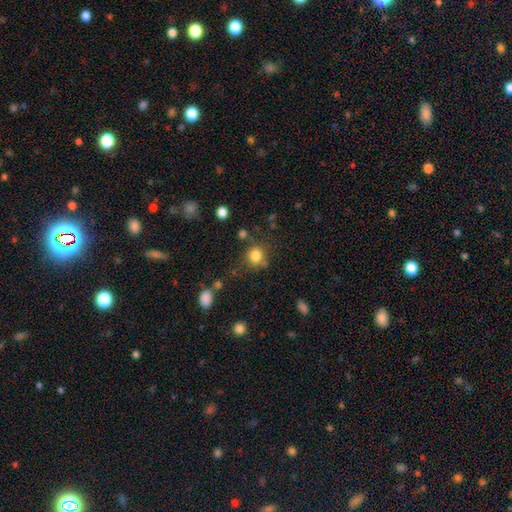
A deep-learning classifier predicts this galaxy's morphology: A smooth galaxy with no disk features (82%) that is round (77%).

Vote fractions:
- Smooth or featured? smooth: 82% / star or artifact: 12% / featured or disk: 6%
- How rounded? round: 77% / in between: 22% / cigar-shaped: 1%
- Merging? none: 72% / minor disturbance: 15% / merger: 8% / major disturbance: 6%